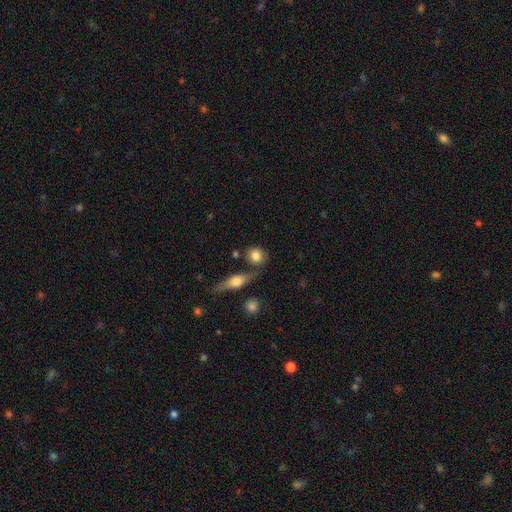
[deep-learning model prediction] A smooth galaxy with no disk features (81%) that is round (73%).

Vote fractions:
- Smooth or featured? smooth: 81% / featured or disk: 12% / star or artifact: 8%
- How rounded? round: 73% / in between: 24% / cigar-shaped: 3%
- Merging? none: 67% / merger: 14% / minor disturbance: 14% / major disturbance: 5%